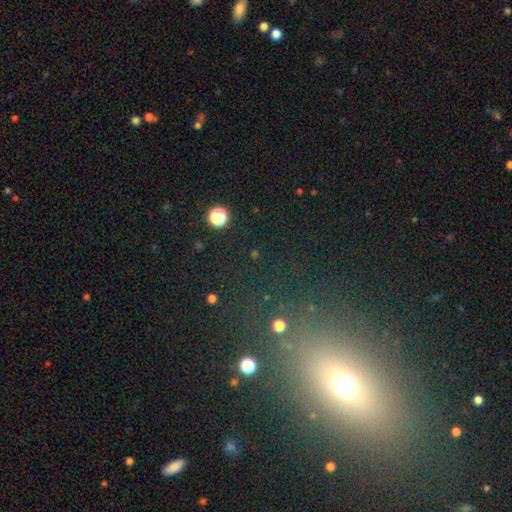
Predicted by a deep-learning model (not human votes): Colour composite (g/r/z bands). It shows a smooth galaxy with no disk features (44%). Merging: none (82%).